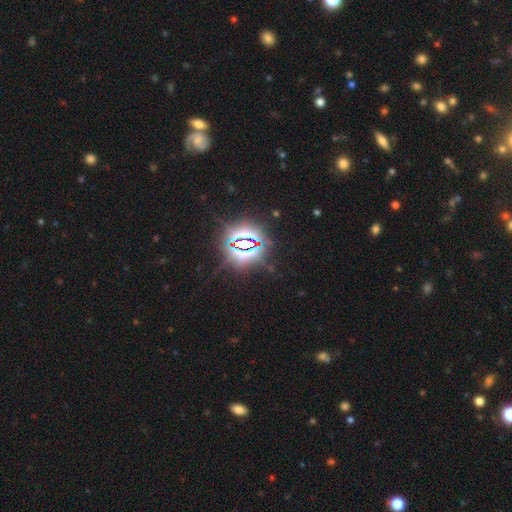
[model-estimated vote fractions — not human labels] The model was most divided on "smooth or featured": star or artifact: 81%, smooth: 12%, featured or disk: 6%.